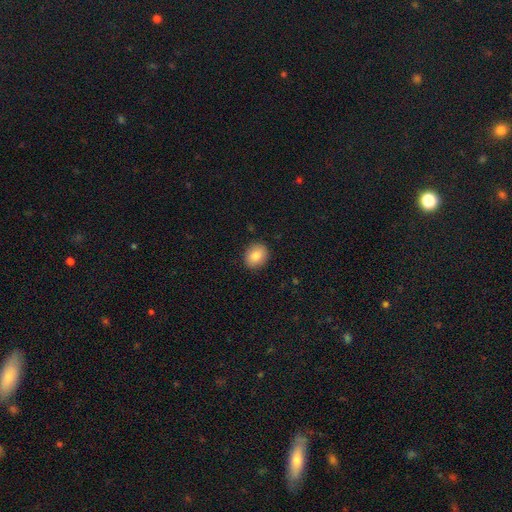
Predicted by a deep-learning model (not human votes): smooth-or-featured: smooth: 84% | star or artifact: 9% | featured or disk: 7%
  how-rounded: round: 64% | in between: 35% | cigar-shaped: 1%
  merging: none: 89% | minor disturbance: 8% | major disturbance: 2% | merger: 1%